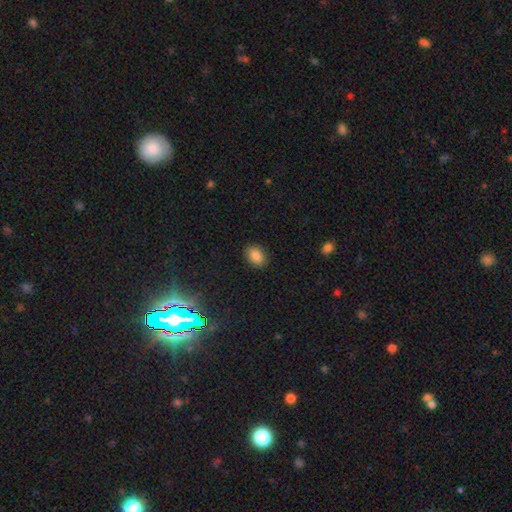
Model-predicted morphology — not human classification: This appears to be a smooth galaxy with no disk features (86%) that is in between round and cigar-shaped (78%). Merging: none (88%).